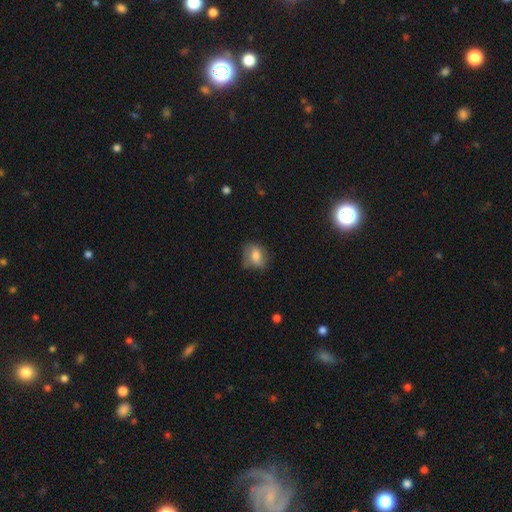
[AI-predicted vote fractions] A smooth galaxy with no disk features (69%) that is in between round and cigar-shaped (62%).

Vote fractions:
- Smooth or featured? smooth: 69% / featured or disk: 22% / star or artifact: 9%
- How rounded? in between: 62% / round: 36% / cigar-shaped: 2%
- Merging? none: 60% / minor disturbance: 28% / major disturbance: 9% / merger: 2%